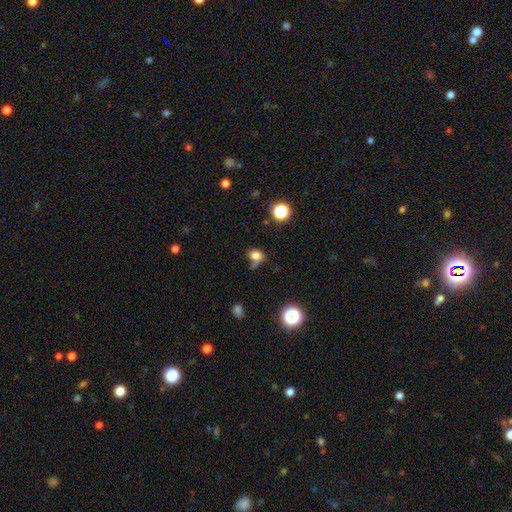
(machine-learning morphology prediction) Q: Smooth or featured?
A: smooth (76%); runner-up: star or artifact (15%)
Q: How rounded?
A: round (54%); runner-up: in between (44%)
Q: Merging?
A: none (43%); runner-up: minor disturbance (25%)